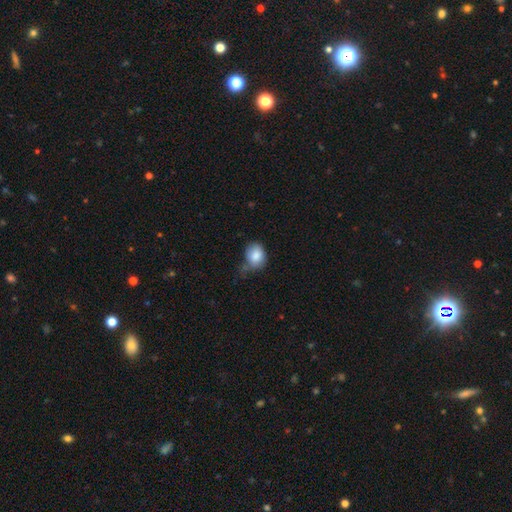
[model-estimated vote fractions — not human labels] Smooth or featured? Predicted: smooth (p=0.84). How rounded? Predicted: in between (p=0.53). Merging? Predicted: none (p=0.42).